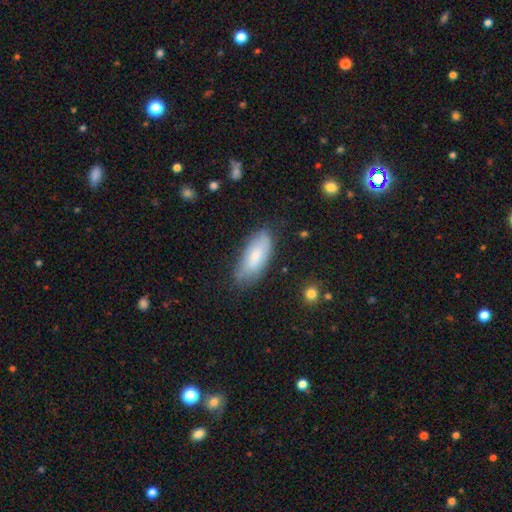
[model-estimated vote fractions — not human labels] smooth_or_featured: smooth (p=0.74) [alt: featured or disk p=0.20]
how_rounded: in between (p=0.81) [alt: cigar-shaped p=0.17]
merging: none (p=0.69) [alt: minor disturbance p=0.24]